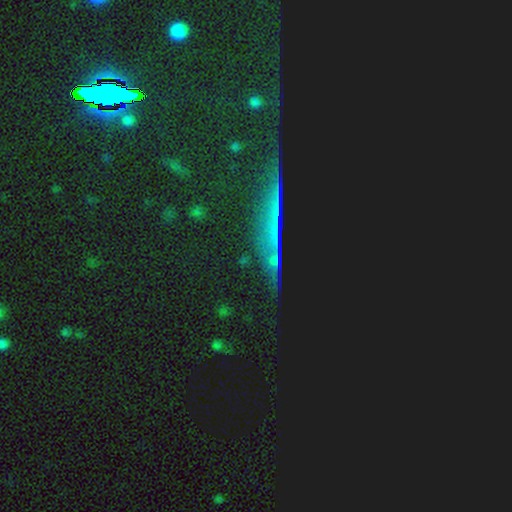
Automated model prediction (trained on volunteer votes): The model was most divided on "smooth or featured": star or artifact: 69%, featured or disk: 16%, smooth: 15%.